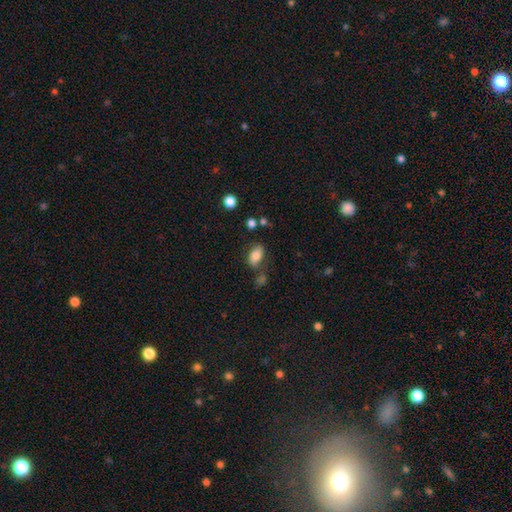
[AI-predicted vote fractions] smooth 80%, featured or disk 11%, star or artifact 9%. Down the decision tree: how rounded — in between (89%); merging — none (68%).